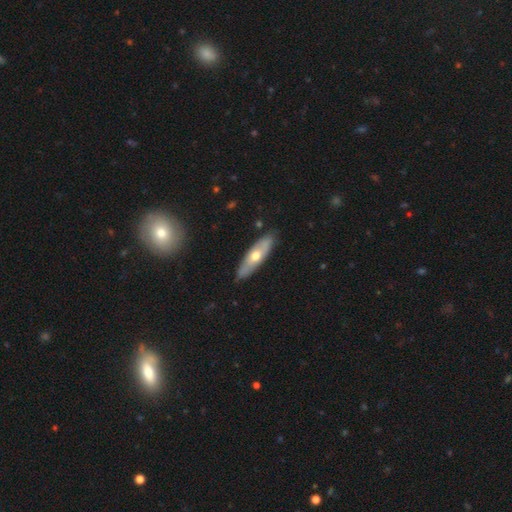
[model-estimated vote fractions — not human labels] The model was most divided on "smooth or featured": featured or disk: 48%, smooth: 46%, star or artifact: 5%. More confident: merging — none (86%).